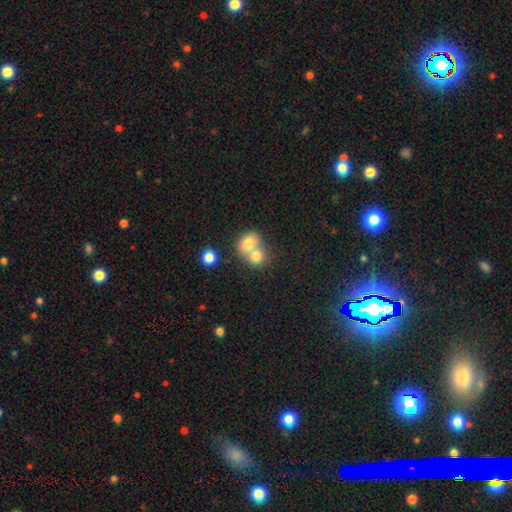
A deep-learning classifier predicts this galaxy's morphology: Smooth or featured: smooth — 75% (featured or disk — 15%)
How rounded: round — 72% (in between — 27%)
Merging: merger — 66% (none — 27%)